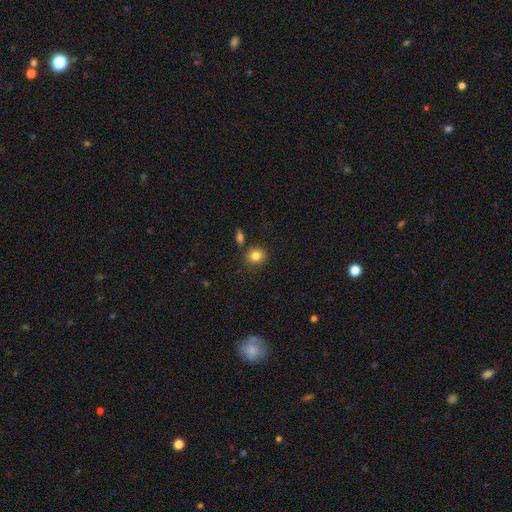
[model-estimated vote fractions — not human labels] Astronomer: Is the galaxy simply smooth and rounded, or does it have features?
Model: smooth — 83%.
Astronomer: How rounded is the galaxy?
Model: round — 80%.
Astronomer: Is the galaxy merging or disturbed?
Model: none — 80%.